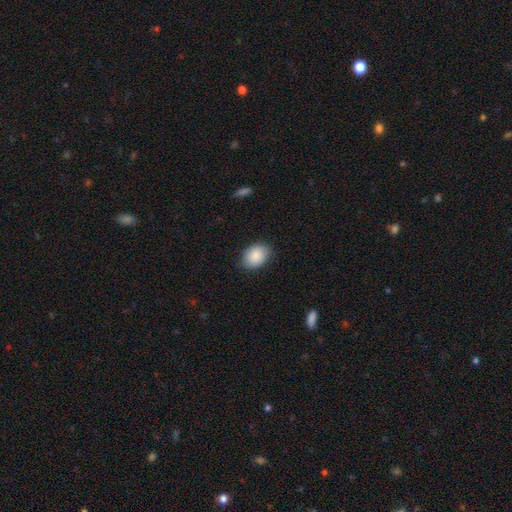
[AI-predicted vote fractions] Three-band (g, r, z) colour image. It shows a smooth galaxy with no disk features (86%) that is in between round and cigar-shaped (74%). Merging: none (81%).